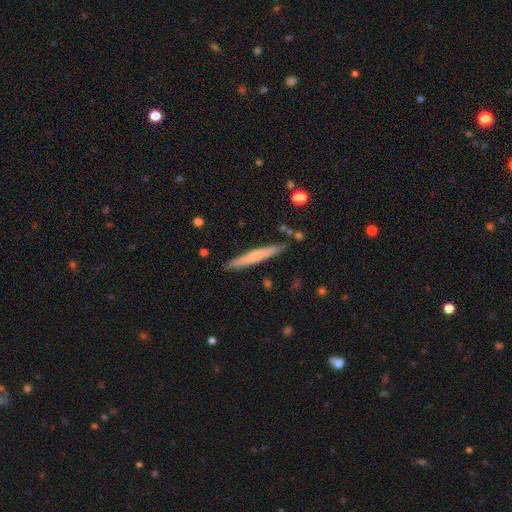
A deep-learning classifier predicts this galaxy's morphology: This is possibly a smooth galaxy (51%). How rounded: clearly cigar-shaped (95%). Merging: clearly none (88%).